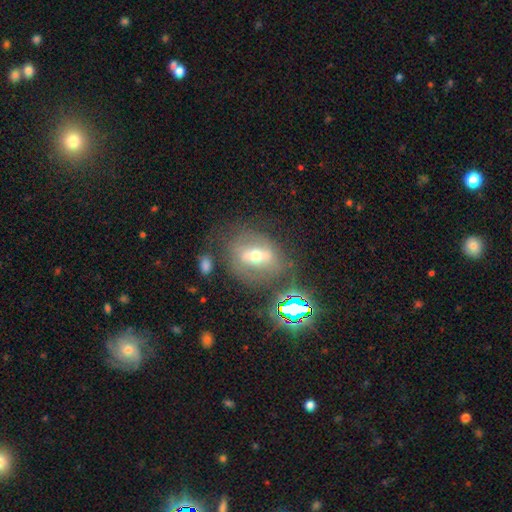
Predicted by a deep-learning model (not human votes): A featured or disk galaxy (59%). Merging: none (64%).